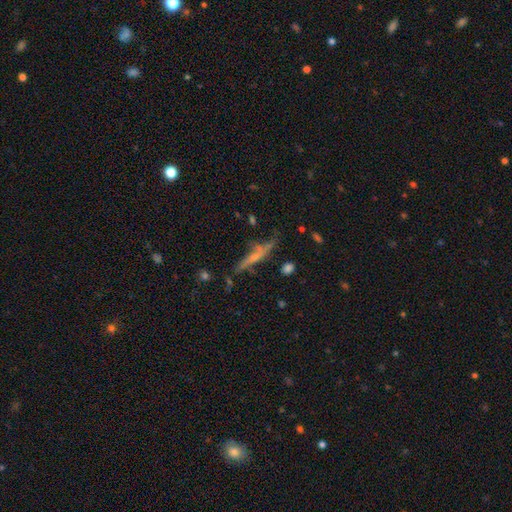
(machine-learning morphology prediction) Overall: featured or disk (58%; smooth 31%). Edge-on disk: yes (78%). Merging: none (59%; minor disturbance 23%).